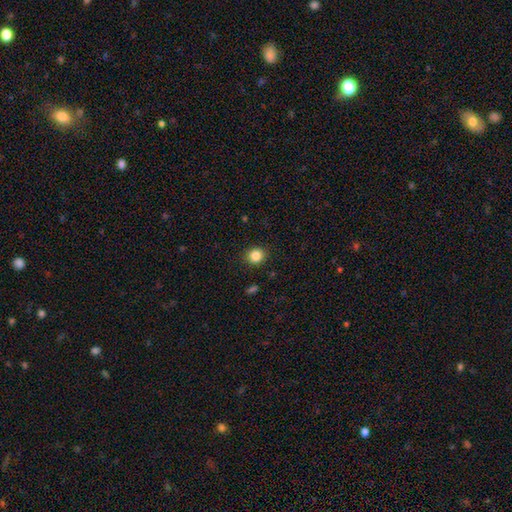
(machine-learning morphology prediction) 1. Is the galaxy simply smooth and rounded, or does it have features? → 85% smooth, 11% star or artifact, 5% featured or disk.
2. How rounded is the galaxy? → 84% round, 15% in between, 1% cigar-shaped.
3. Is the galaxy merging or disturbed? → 90% none, 7% minor disturbance, 2% major disturbance, 1% merger.